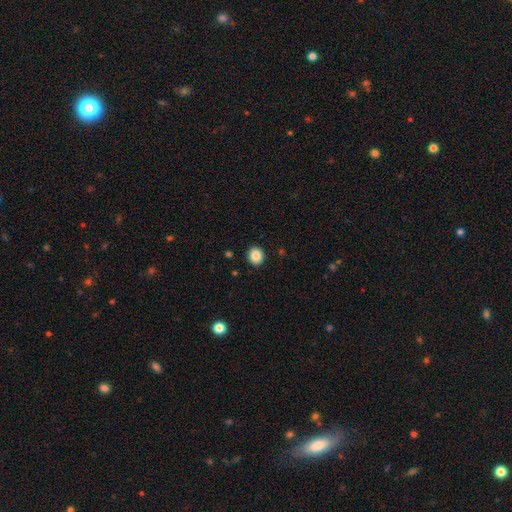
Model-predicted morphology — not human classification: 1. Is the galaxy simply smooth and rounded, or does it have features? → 86% smooth, 9% star or artifact, 4% featured or disk.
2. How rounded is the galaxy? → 83% round, 16% in between, 1% cigar-shaped.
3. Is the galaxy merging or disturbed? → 92% none, 5% minor disturbance, 2% major disturbance, 1% merger.